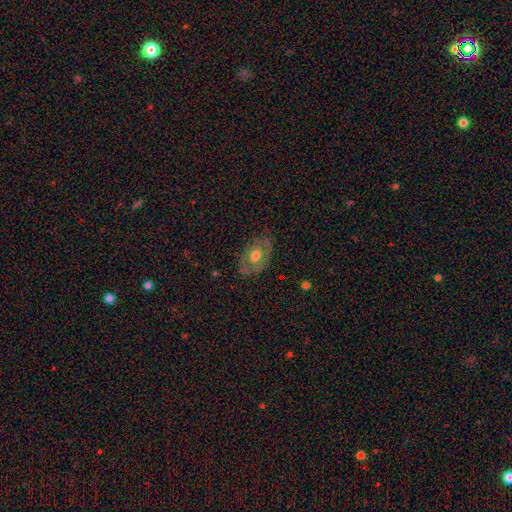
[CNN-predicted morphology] A featured or disk galaxy (53%).

Vote fractions:
- Smooth or featured? featured or disk: 53% / smooth: 41% / star or artifact: 7%
- Edge-on disk? no: 91% / yes: 9%
- Merging? none: 75% / minor disturbance: 18% / major disturbance: 6% / merger: 1%